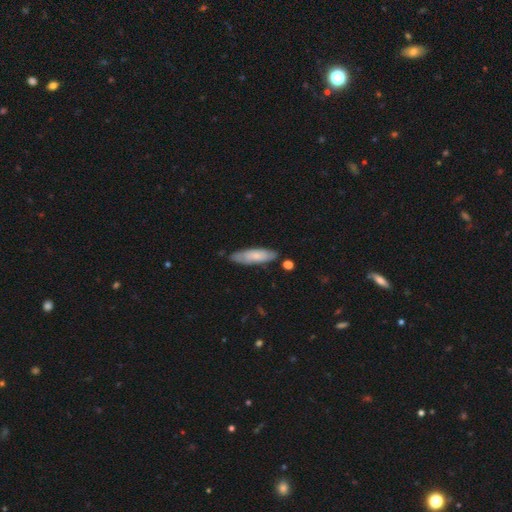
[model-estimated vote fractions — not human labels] Smooth or featured?
  - smooth: 71% *
  - featured or disk: 24%
  - star or artifact: 6%
How rounded?
  - cigar-shaped: 60% *
  - in between: 38%
  - round: 1%
Merging?
  - none: 76% *
  - minor disturbance: 18%
  - major disturbance: 3%
  - merger: 3%